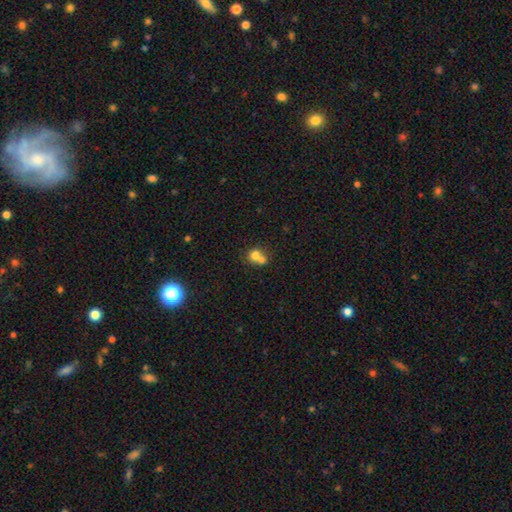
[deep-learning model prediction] The model was most divided on "merging": merger: 62%, none: 30%, minor disturbance: 6%, major disturbance: 3%. More confident: how rounded — round (77%); smooth or featured — smooth (73%).